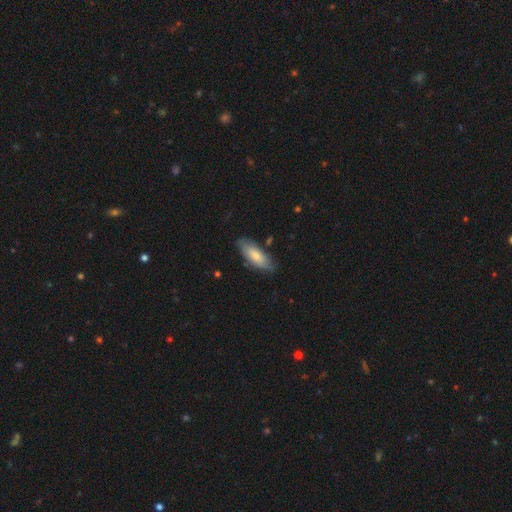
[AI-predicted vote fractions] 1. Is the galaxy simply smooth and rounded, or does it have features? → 74% smooth, 20% featured or disk, 5% star or artifact.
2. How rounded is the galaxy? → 72% in between, 26% cigar-shaped, 2% round.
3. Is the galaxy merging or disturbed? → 76% none, 19% minor disturbance, 3% major disturbance, 2% merger.